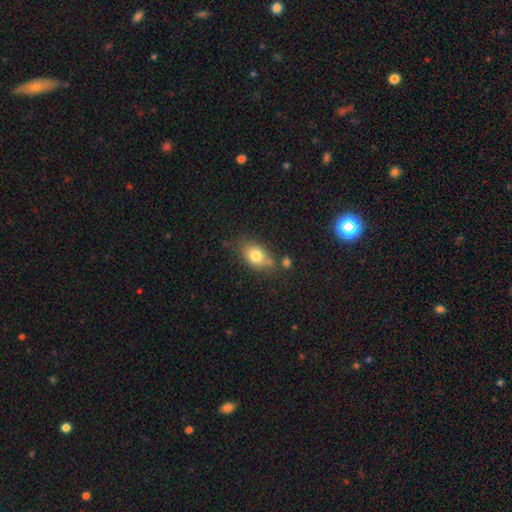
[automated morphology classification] This appears to be a smooth galaxy with no disk features (78%) that is in between round and cigar-shaped (77%). Merging: none (64%).